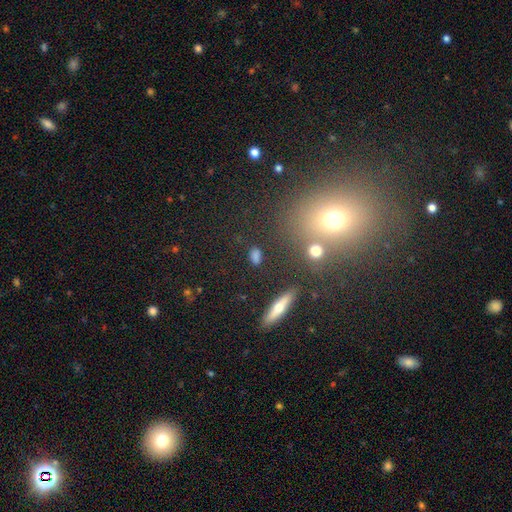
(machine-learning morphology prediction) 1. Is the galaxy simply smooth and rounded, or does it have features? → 58% smooth, 24% star or artifact, 18% featured or disk.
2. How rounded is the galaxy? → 42% round, 38% in between, 20% cigar-shaped.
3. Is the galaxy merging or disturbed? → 80% none, 10% minor disturbance, 6% merger, 4% major disturbance.